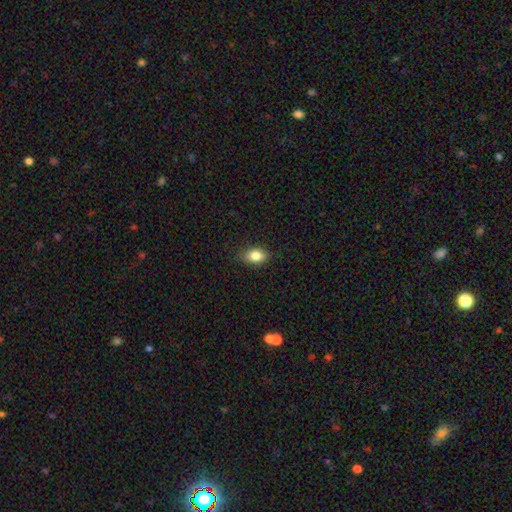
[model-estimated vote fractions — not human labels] smooth 83%, star or artifact 9%, featured or disk 8%. Down the decision tree: how rounded — in between (82%); merging — none (84%).